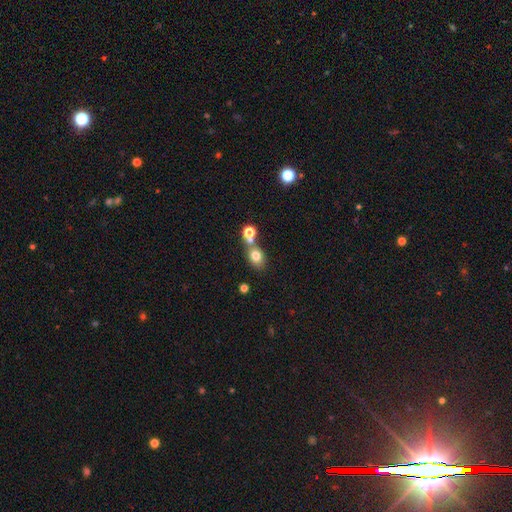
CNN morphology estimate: smooth_or_featured: smooth (p=0.75) [alt: featured or disk p=0.13]
how_rounded: in between (p=0.56) [alt: round p=0.42]
merging: none (p=0.52) [alt: merger p=0.32]